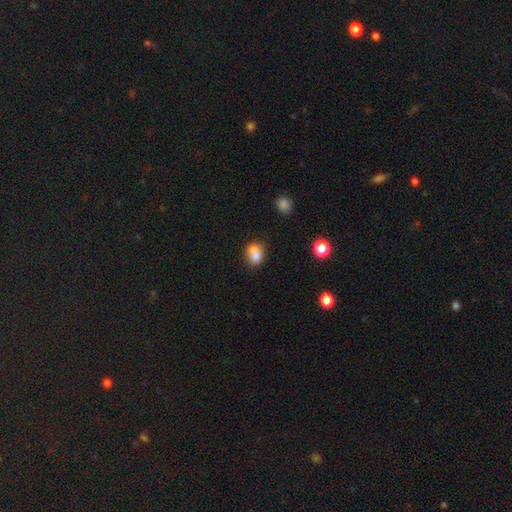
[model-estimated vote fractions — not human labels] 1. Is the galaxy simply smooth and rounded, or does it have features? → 77% smooth, 13% featured or disk, 10% star or artifact.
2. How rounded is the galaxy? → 59% in between, 40% round, 2% cigar-shaped.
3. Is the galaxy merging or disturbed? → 42% none, 37% merger, 16% minor disturbance, 6% major disturbance.